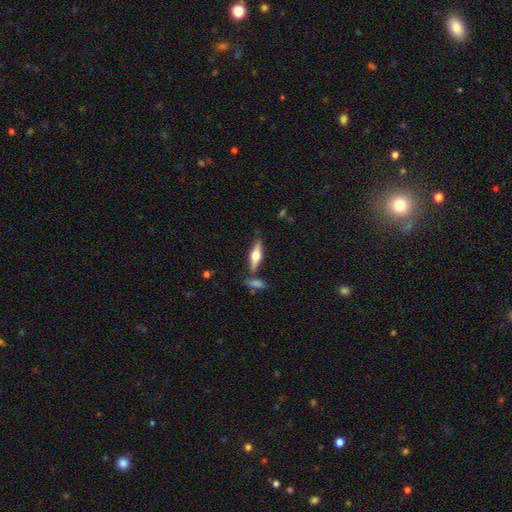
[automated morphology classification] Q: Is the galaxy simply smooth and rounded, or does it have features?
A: featured or disk — 61%.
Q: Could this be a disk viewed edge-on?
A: yes — 95%.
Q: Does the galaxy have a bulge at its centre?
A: rounded — 91%.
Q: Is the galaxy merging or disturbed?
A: none — 70%.